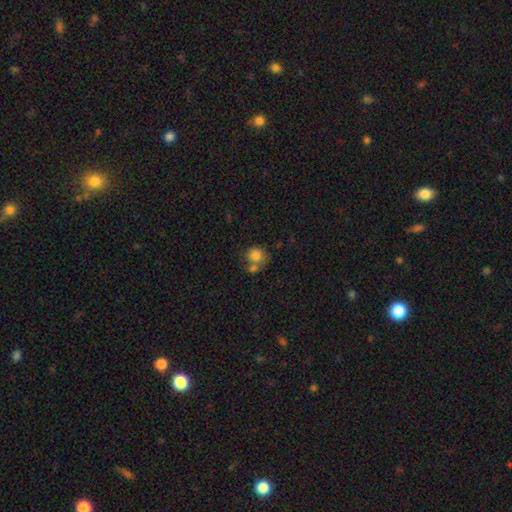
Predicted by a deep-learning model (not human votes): A smooth galaxy with no disk features (81%) that is round (84%).

Vote fractions:
- Smooth or featured? smooth: 81% / star or artifact: 10% / featured or disk: 9%
- How rounded? round: 84% / in between: 15% / cigar-shaped: 1%
- Merging? none: 45% / merger: 36% / minor disturbance: 13% / major disturbance: 6%